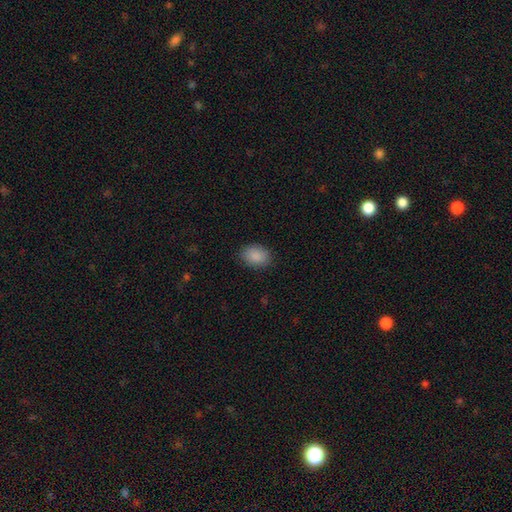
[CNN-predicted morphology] Smooth or featured: smooth — 89% (star or artifact — 7%)
How rounded: in between — 75% (round — 24%)
Merging: none — 85% (minor disturbance — 12%)